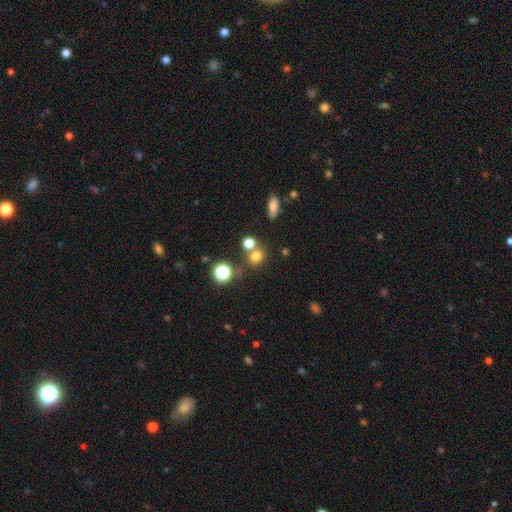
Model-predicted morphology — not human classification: Q: Smooth or featured?
A: smooth (72%); runner-up: star or artifact (20%)
Q: How rounded?
A: round (74%); runner-up: in between (25%)
Q: Merging?
A: none (63%); runner-up: merger (23%)